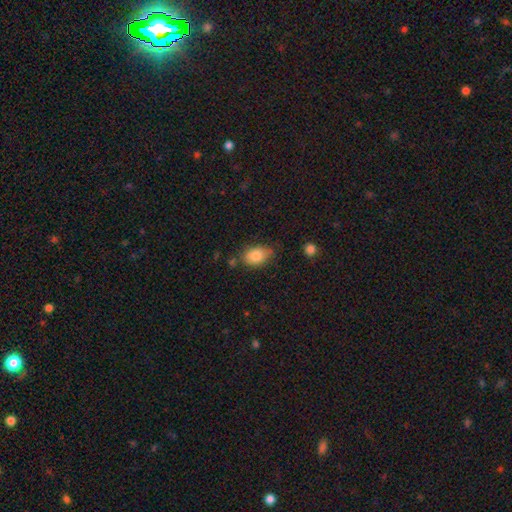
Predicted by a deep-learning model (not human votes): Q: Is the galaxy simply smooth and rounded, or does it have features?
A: smooth — 84%.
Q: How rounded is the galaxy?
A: in between — 85%.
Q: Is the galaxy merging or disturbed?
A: none — 67%.